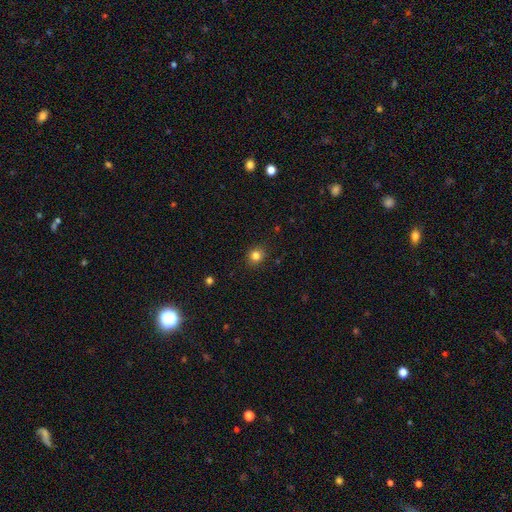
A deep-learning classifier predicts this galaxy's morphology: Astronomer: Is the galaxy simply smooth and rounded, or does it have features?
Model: smooth — 81%.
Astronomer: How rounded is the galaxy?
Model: round — 82%.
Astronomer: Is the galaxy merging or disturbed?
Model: none — 89%.